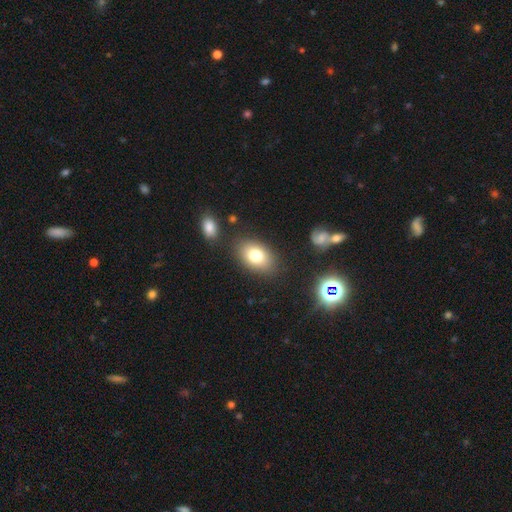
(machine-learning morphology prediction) This appears to be a smooth galaxy with no disk features (78%) that is in between round and cigar-shaped (83%). Merging: none (83%).